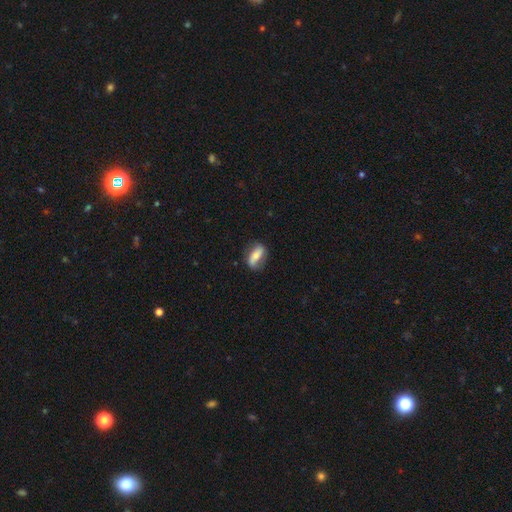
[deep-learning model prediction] This appears to be a smooth galaxy with no disk features (54%) that is in between round and cigar-shaped (76%). Merging: none (75%).